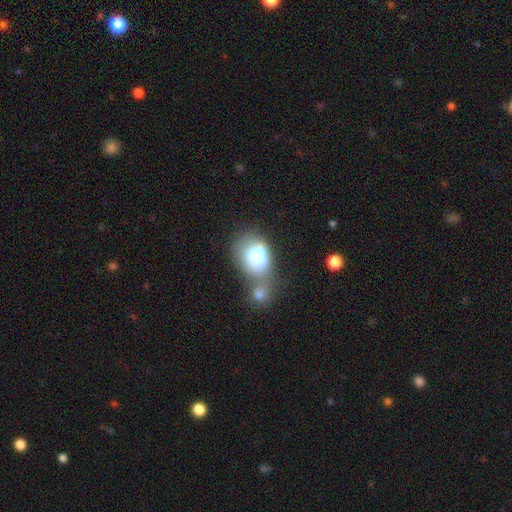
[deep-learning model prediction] The model was most divided on "how rounded": in between: 63%, round: 36%, cigar-shaped: 1%. Remaining: smooth or featured — smooth (72%); merging — merger (49%).